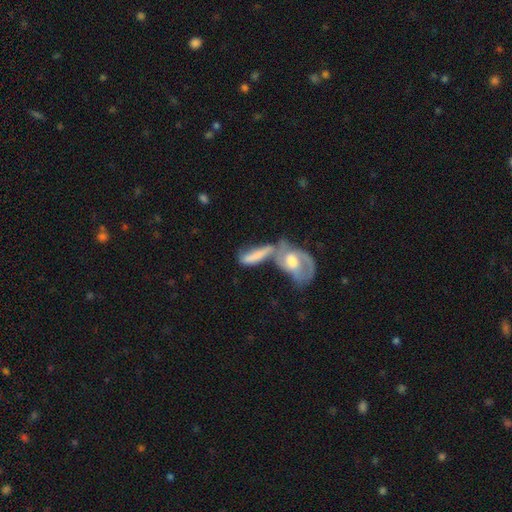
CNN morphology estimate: Smooth or featured? smooth (53%)
How rounded? in between (55%)
Merging? merger (63%)